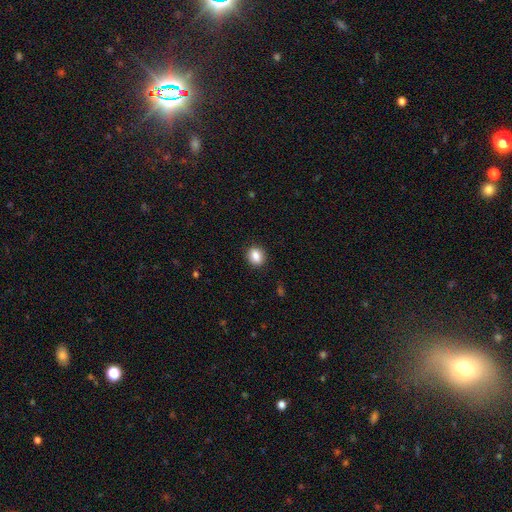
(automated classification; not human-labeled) Morphology: type=smooth (87%); roundness=round (53%); merging=none (89%).